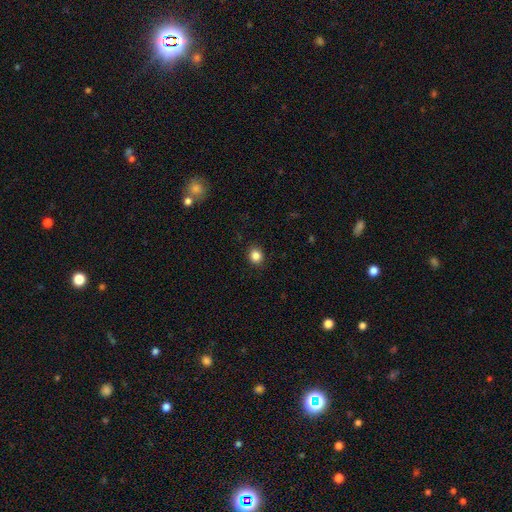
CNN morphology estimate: Smooth or featured?
  - smooth: 85% *
  - star or artifact: 11%
  - featured or disk: 4%
How rounded?
  - round: 78% *
  - in between: 21%
  - cigar-shaped: 1%
Merging?
  - none: 90% *
  - minor disturbance: 7%
  - major disturbance: 2%
  - merger: 1%